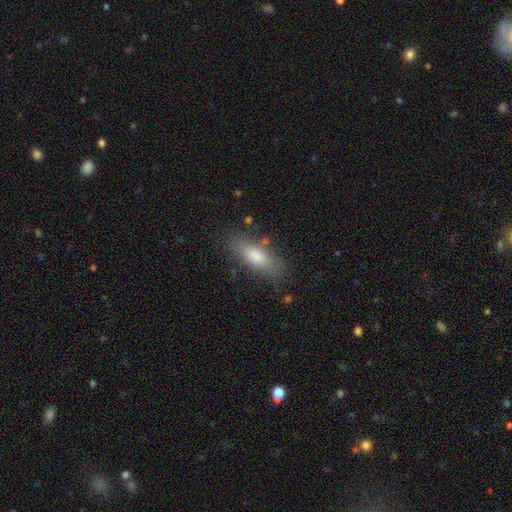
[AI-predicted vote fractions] smooth 77%, featured or disk 16%, star or artifact 8%. Down the decision tree: how rounded — in between (63%); merging — none (81%).